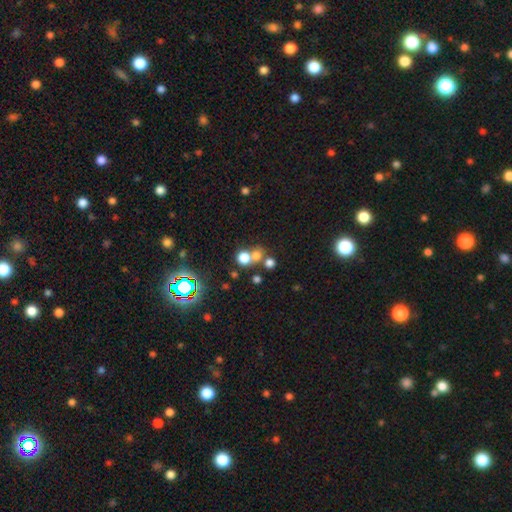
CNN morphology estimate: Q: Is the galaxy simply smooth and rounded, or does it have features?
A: smooth — 66%.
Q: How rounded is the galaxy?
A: round — 83%.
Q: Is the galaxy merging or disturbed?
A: none — 50%.